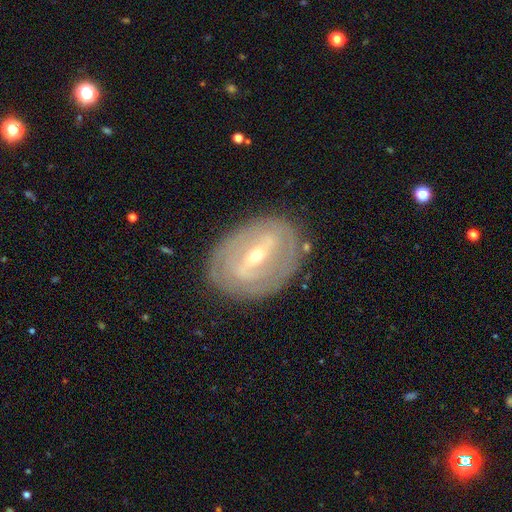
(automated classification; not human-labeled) This is likely a featured or disk galaxy (79%). It is clearly not viewed edge-on (93%). Bar: possibly strong (55%). Spiral arm pattern: likely yes (61%). Central bulge: possibly small (59%). Merging: clearly none (81%).